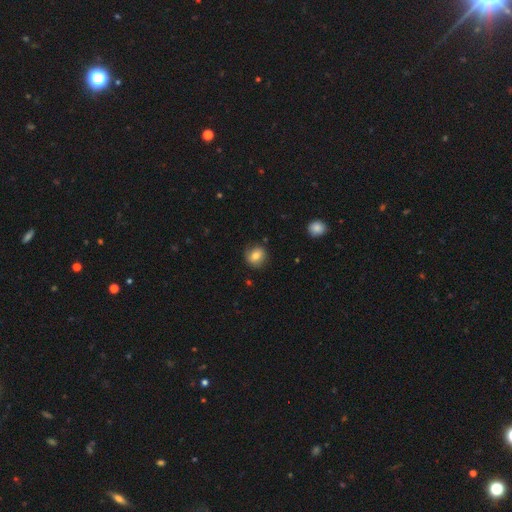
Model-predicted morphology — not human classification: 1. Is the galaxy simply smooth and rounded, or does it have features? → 76% smooth, 14% featured or disk, 9% star or artifact.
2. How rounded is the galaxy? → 75% round, 24% in between, 1% cigar-shaped.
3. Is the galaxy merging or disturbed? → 82% none, 13% minor disturbance, 3% major disturbance, 1% merger.